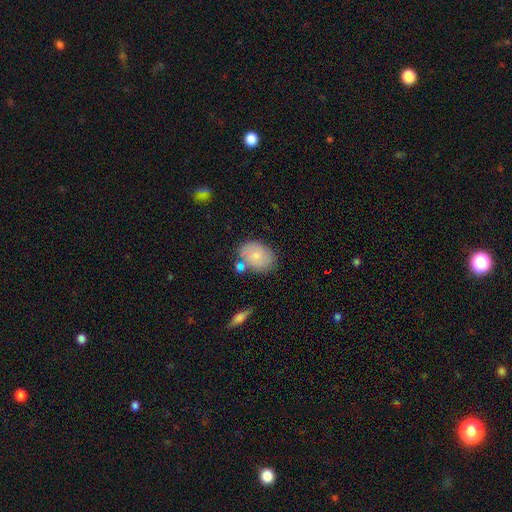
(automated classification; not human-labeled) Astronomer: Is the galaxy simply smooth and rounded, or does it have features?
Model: smooth — 70%.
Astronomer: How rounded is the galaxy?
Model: in between — 66%.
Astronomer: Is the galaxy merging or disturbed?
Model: none — 64%.